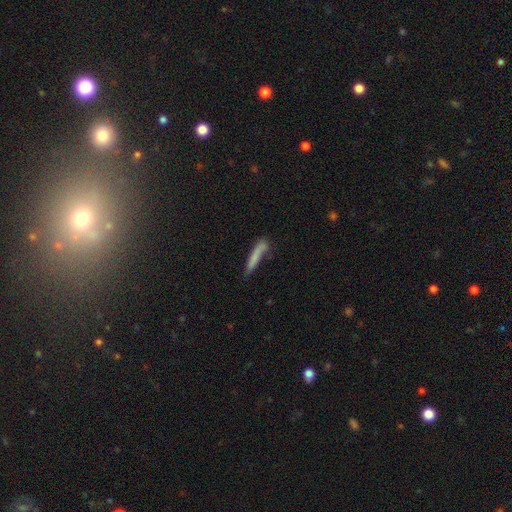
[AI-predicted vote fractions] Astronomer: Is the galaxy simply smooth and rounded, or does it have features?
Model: smooth — 75%.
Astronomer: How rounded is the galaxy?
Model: cigar-shaped — 92%.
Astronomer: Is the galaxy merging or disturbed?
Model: none — 63%.